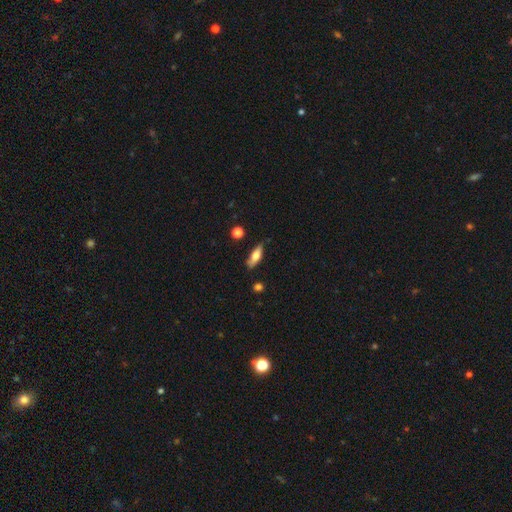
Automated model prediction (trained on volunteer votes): A smooth galaxy with no disk features (62%) that is in between round and cigar-shaped (52%). Merging: none (78%).